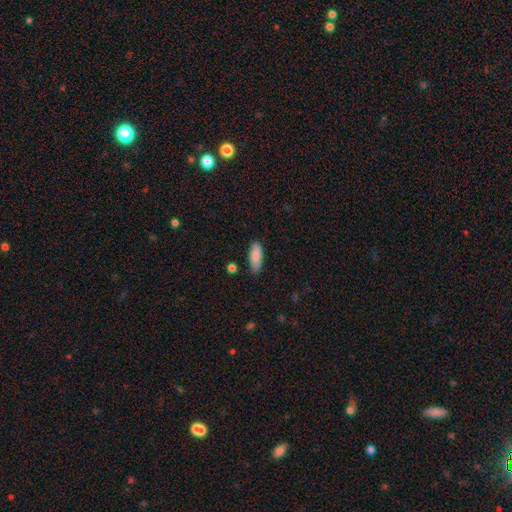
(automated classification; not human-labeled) A smooth galaxy with no disk features (85%) that is in between round and cigar-shaped (76%).

Vote fractions:
- Smooth or featured? smooth: 85% / featured or disk: 9% / star or artifact: 6%
- How rounded? in between: 76% / cigar-shaped: 22% / round: 2%
- Merging? none: 81% / minor disturbance: 15% / major disturbance: 2% / merger: 2%